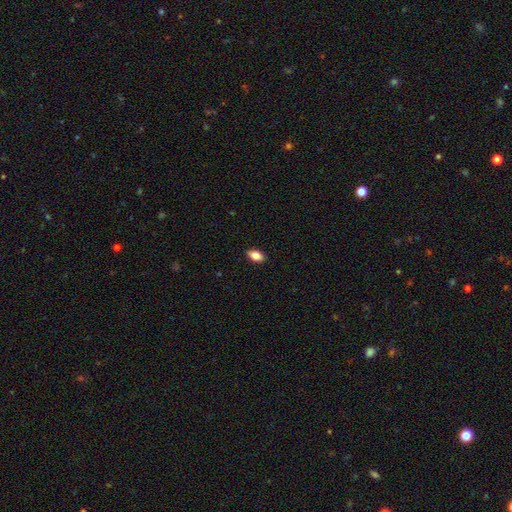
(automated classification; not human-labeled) This appears to be a smooth galaxy with no disk features (82%) that is in between round and cigar-shaped (88%). Merging: none (89%).